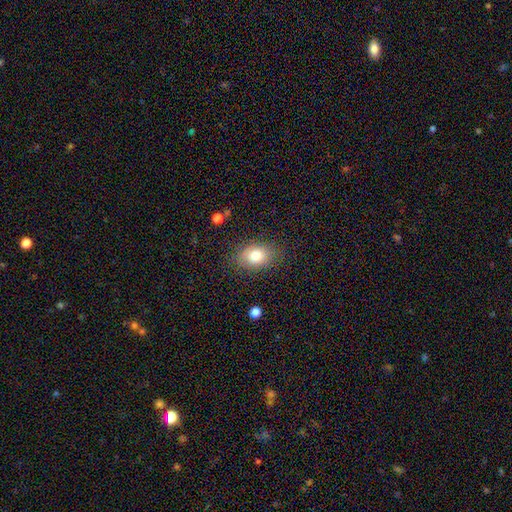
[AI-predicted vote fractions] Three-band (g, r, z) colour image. It shows a smooth galaxy with no disk features (79%) that is in between round and cigar-shaped (80%). Merging: none (80%).